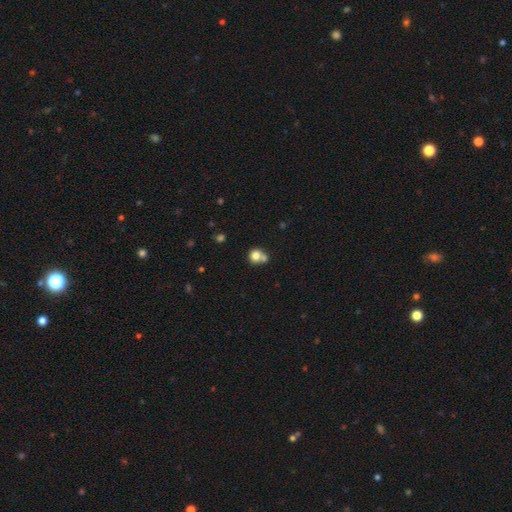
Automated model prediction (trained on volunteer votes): The model was most divided on "merging" (2-way tie): none: 43%, merger: 43%, minor disturbance: 10%, major disturbance: 4%. More confident: how rounded — round (84%); smooth or featured — smooth (78%).